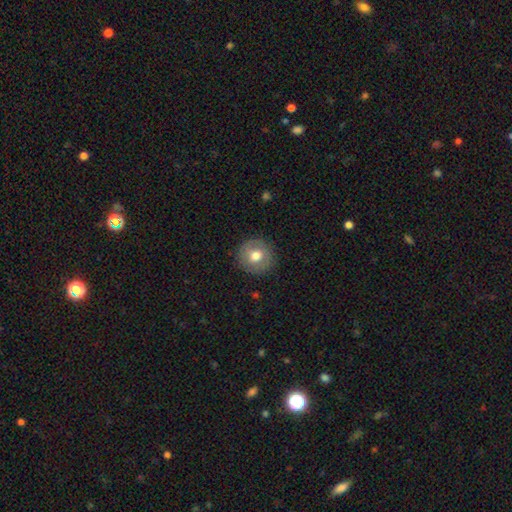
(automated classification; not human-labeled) This is likely a smooth galaxy (68%). How rounded: clearly round (92%). Merging: clearly none (88%).